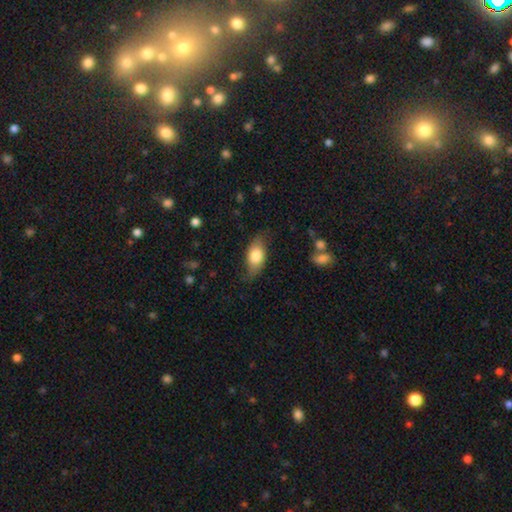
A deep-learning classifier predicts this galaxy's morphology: smooth-or-featured: smooth: 72% | featured or disk: 22% | star or artifact: 6%
  how-rounded: in between: 88% | cigar-shaped: 6% | round: 5%
  merging: none: 70% | minor disturbance: 23% | major disturbance: 6% | merger: 1%